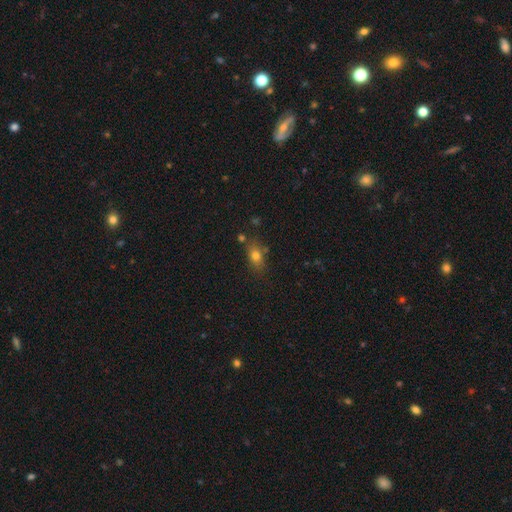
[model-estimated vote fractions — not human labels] smooth 76%, star or artifact 12%, featured or disk 12%. Down the decision tree: how rounded — in between (71%); merging — none (71%).